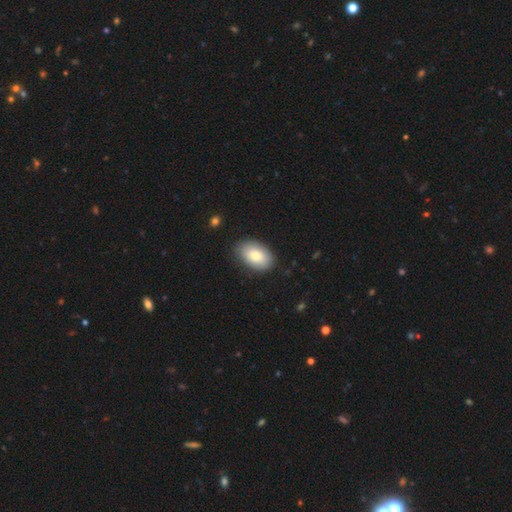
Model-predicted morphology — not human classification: smooth-or-featured: smooth: 78% | featured or disk: 16% | star or artifact: 6%
  how-rounded: in between: 91% | round: 8% | cigar-shaped: 1%
  merging: none: 85% | minor disturbance: 12% | major disturbance: 3% | merger: 1%